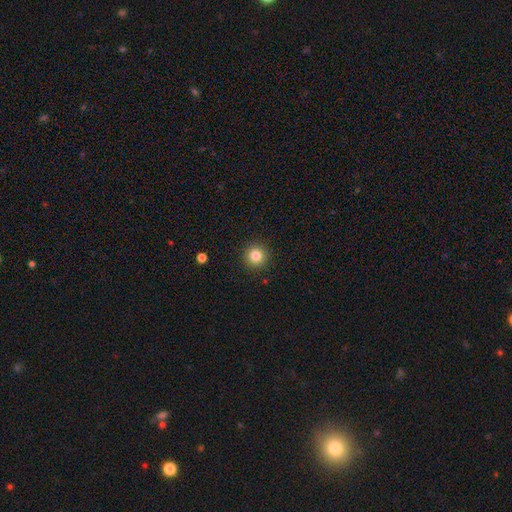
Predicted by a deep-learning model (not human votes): The model was most divided on "smooth or featured": smooth: 83%, star or artifact: 11%, featured or disk: 6%. More confident: how rounded — round (95%); merging — none (92%).